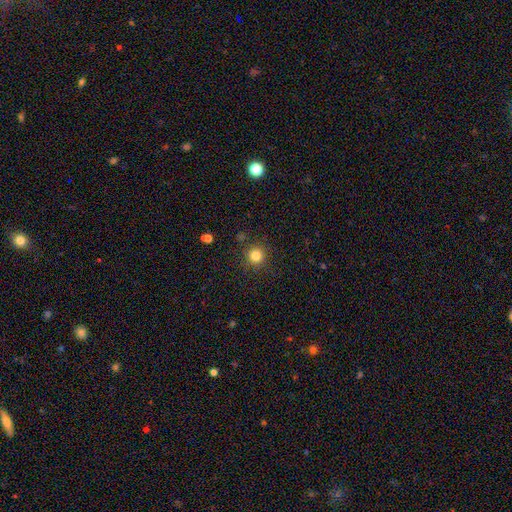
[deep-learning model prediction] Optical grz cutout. It shows a smooth galaxy with no disk features (82%) that is round (95%). Merging: none (89%).